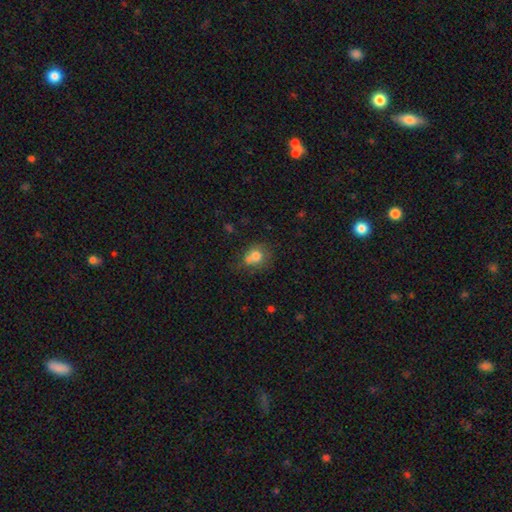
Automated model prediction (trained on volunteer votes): A smooth galaxy with no disk features (74%) that is round (64%). Merging: none (40%).